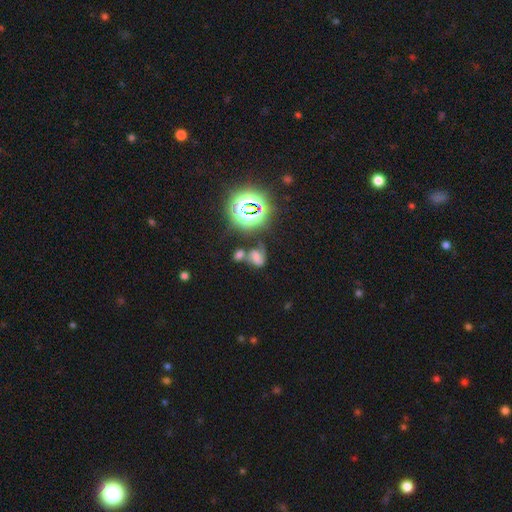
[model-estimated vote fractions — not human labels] smooth 39%, star or artifact 33%, featured or disk 28%. Down the decision tree: merging — merger (38%).